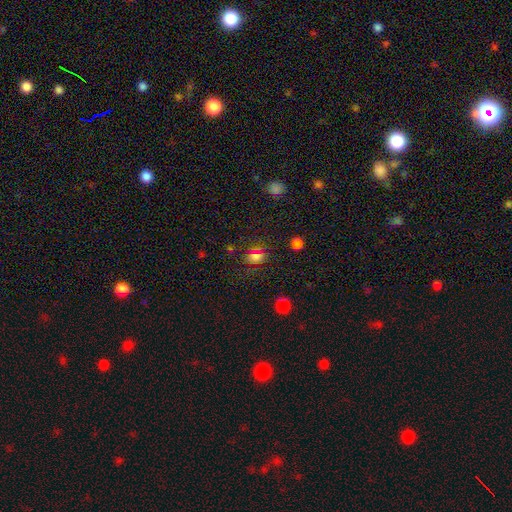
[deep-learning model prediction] This is possibly a smooth galaxy (59%). How rounded: possibly round (55%). Merging: clearly none (82%).